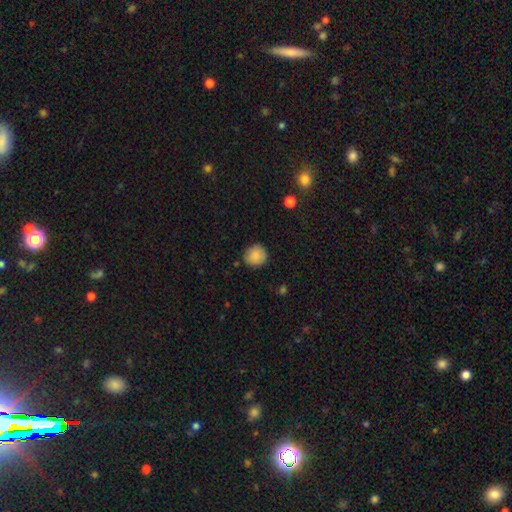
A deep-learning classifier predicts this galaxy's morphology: This is clearly a smooth galaxy (86%). How rounded: clearly round (88%). Merging: clearly none (87%).